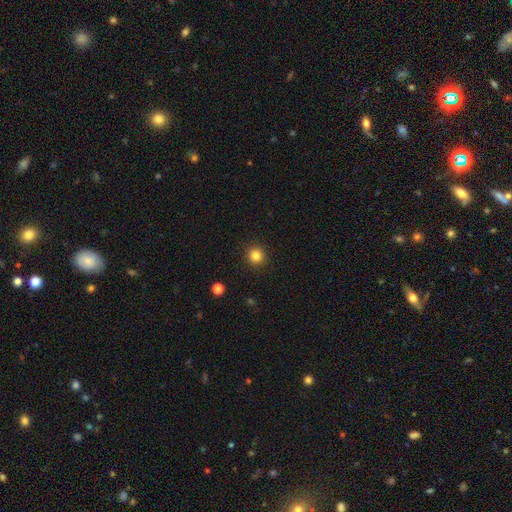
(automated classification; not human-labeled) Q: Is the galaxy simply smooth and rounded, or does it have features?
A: smooth — 83%.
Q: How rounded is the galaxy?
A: round — 94%.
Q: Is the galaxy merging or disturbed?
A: none — 92%.